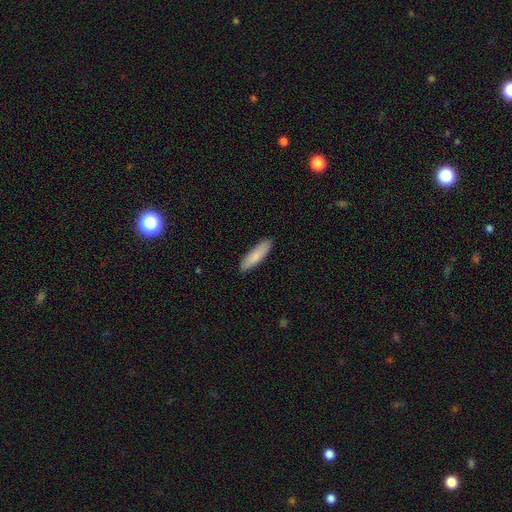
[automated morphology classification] A smooth galaxy with no disk features (84%) that is cigar-shaped (65%).

Vote fractions:
- Smooth or featured? smooth: 84% / featured or disk: 10% / star or artifact: 5%
- How rounded? cigar-shaped: 65% / in between: 34% / round: 1%
- Merging? none: 90% / minor disturbance: 8% / major disturbance: 2% / merger: 1%